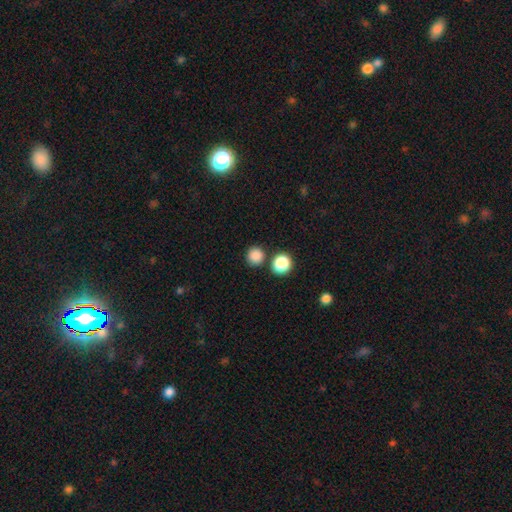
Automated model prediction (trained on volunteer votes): A smooth galaxy with no disk features (85%) that is round (92%). Merging: none (80%).